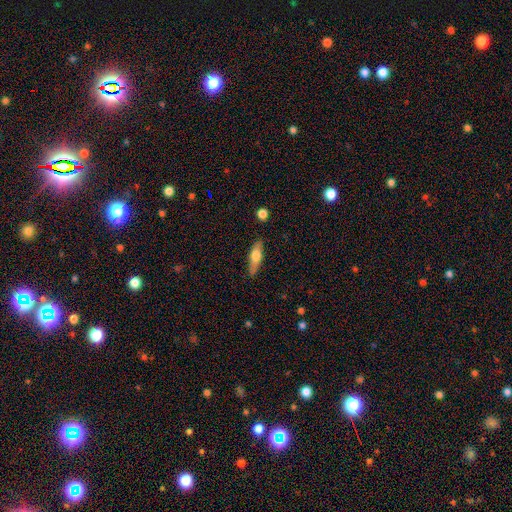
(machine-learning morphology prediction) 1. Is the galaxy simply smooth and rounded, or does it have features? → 59% smooth, 35% featured or disk, 6% star or artifact.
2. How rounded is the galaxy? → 58% cigar-shaped, 40% in between, 3% round.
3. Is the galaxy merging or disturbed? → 85% none, 11% minor disturbance, 2% major disturbance, 2% merger.